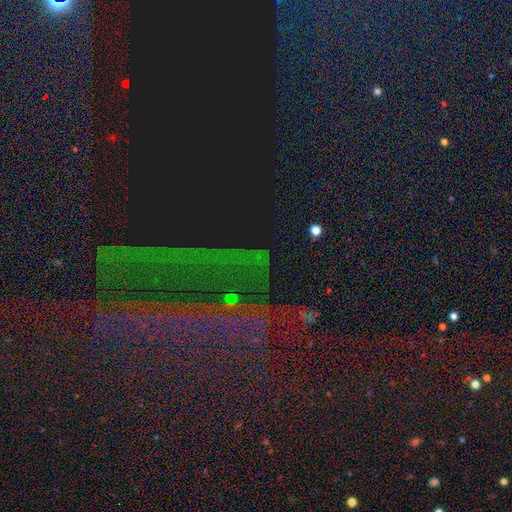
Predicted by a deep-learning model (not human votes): Q: Smooth or featured?
A: star or artifact (84%); runner-up: smooth (8%)